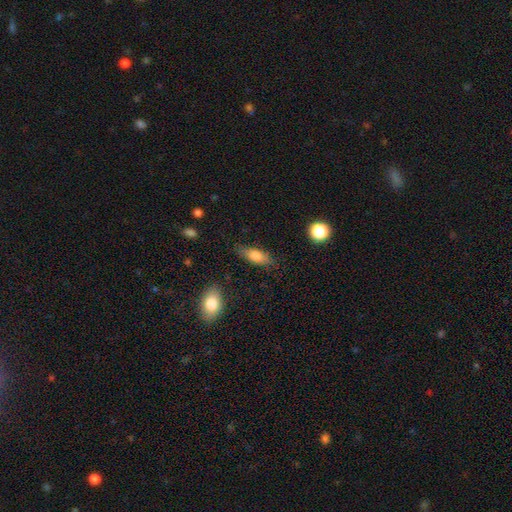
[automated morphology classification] A smooth galaxy with no disk features (73%) that is in between round and cigar-shaped (70%). Merging: none (80%).